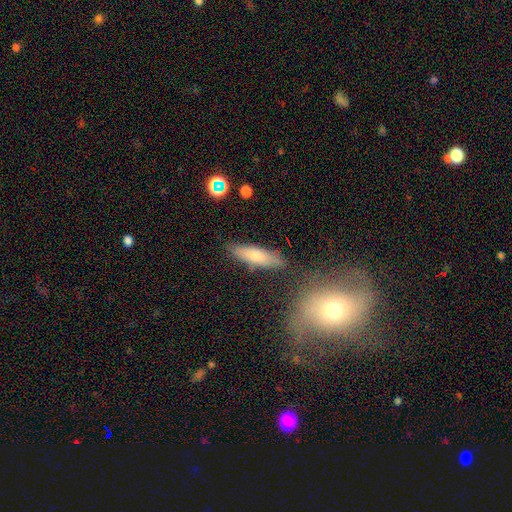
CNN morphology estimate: Q: Smooth or featured?
A: smooth (70%); runner-up: featured or disk (23%)
Q: How rounded?
A: cigar-shaped (66%); runner-up: in between (32%)
Q: Merging?
A: none (81%); runner-up: minor disturbance (12%)